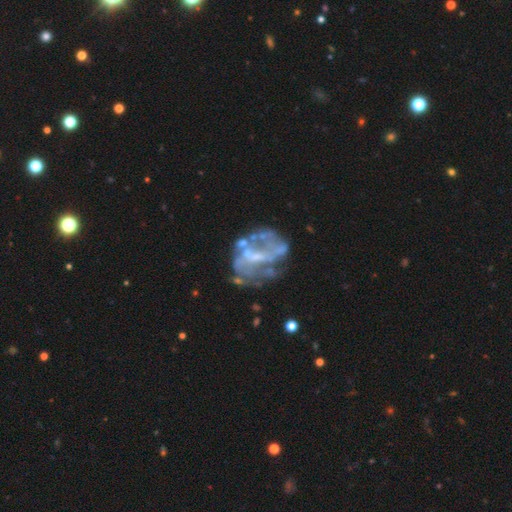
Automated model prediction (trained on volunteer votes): featured or disk 77%, smooth 13%, star or artifact 10%. Down the decision tree: edge-on disk — no (98%); bar — no (47%); spiral arms — no (63%); bulge size — small (40%); merging — none (43%).